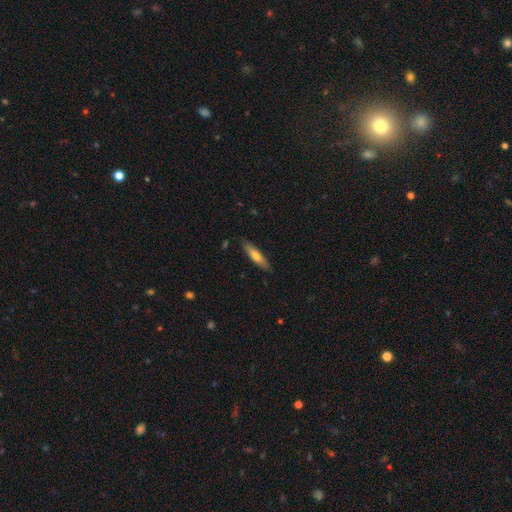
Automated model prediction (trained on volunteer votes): This is likely a smooth galaxy (64%). How rounded: likely cigar-shaped (74%). Merging: clearly none (86%).